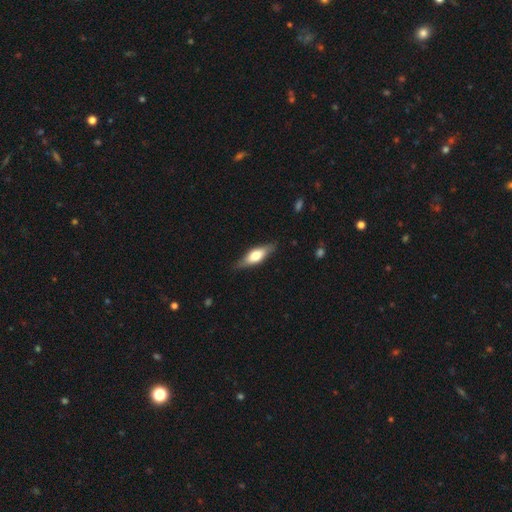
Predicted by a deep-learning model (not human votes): Overall: smooth (51%; featured or disk 43%). How rounded: in between (58%; cigar-shaped 39%). Merging: none (83%).